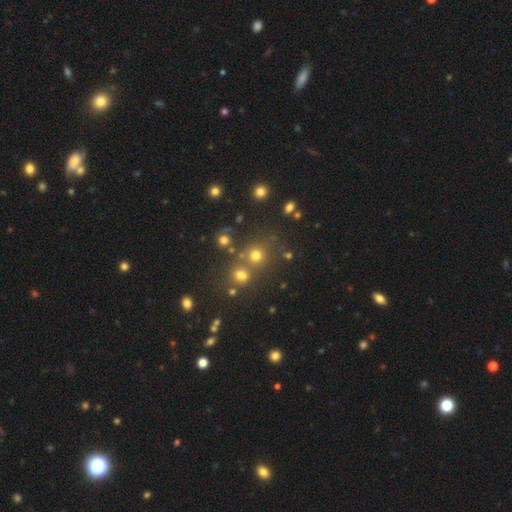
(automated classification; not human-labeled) Smooth or featured: smooth — 66% (star or artifact — 25%)
How rounded: round — 88% (in between — 11%)
Merging: none — 66% (merger — 23%)